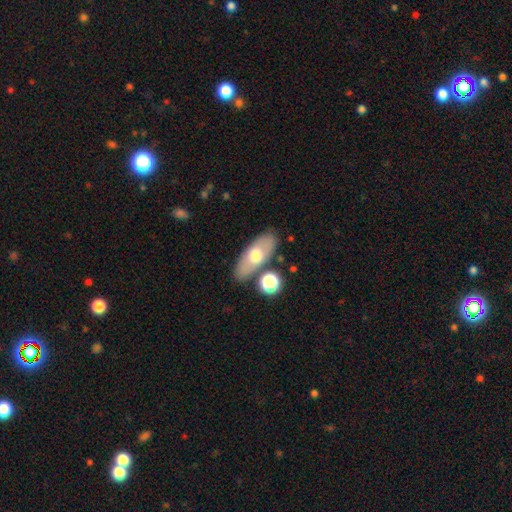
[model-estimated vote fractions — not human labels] smooth_or_featured: smooth (p=0.61) [alt: featured or disk p=0.32]
how_rounded: in between (p=0.76) [alt: cigar-shaped p=0.18]
merging: none (p=0.77) [alt: minor disturbance p=0.11]